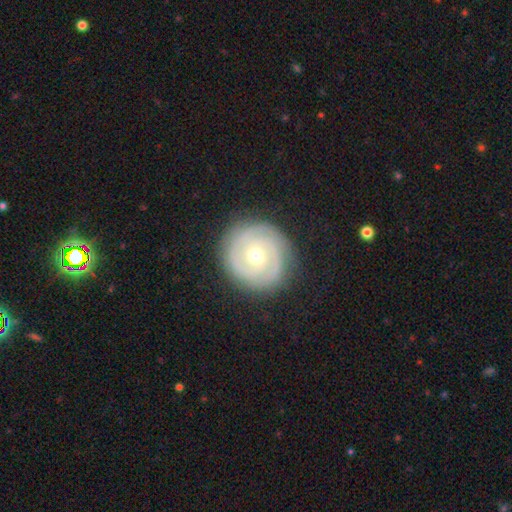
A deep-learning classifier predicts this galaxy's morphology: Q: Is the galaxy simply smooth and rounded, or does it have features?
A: featured or disk — 84%.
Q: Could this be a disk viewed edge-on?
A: no — 98%.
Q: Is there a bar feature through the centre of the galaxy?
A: no — 79%.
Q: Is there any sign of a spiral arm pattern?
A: yes — 96%.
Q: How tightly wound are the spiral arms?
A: tight — 81%.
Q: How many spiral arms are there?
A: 2 — 34%.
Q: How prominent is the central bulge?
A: small — 53%.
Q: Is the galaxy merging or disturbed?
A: none — 87%.